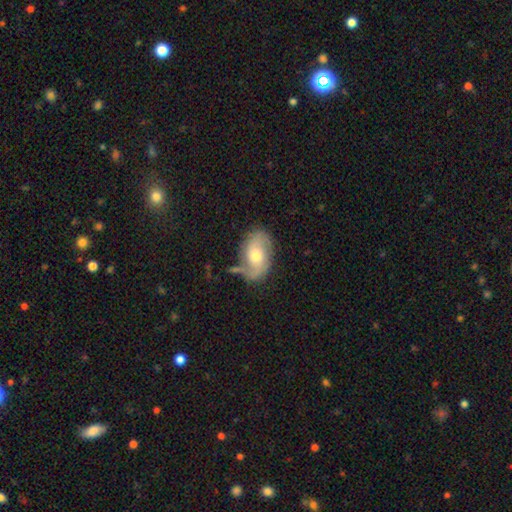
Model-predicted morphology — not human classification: This appears to be a featured or disk galaxy (64%) with no bar (58%), 2 (81%) loose (41%) spiral arms (85%) and a moderate central bulge (67%). Merging: none (63%).